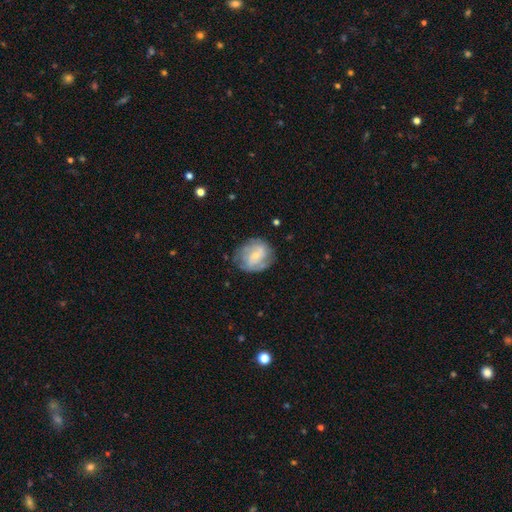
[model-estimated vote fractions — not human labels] Smooth or featured? featured or disk (64%)
Edge-on disk? no (97%)
Bar? no (46%)
Spiral arms? yes (83%)
Spiral winding? medium (42%)
Spiral arm count? 2 (50%)
Bulge size? small (67%)
Merging? none (69%)